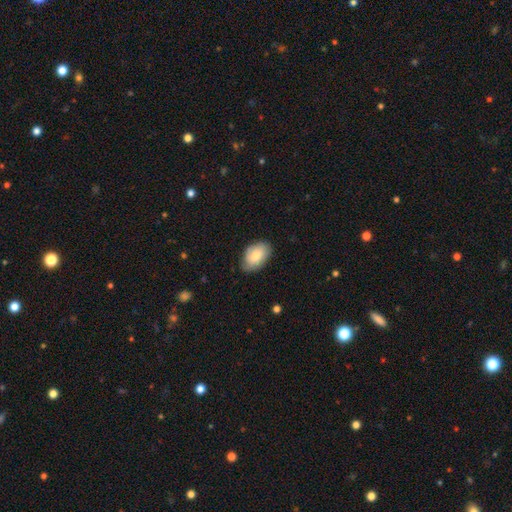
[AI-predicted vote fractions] Smooth or featured? Predicted: smooth (p=0.79). How rounded? Predicted: in between (p=0.90). Merging? Predicted: none (p=0.77).